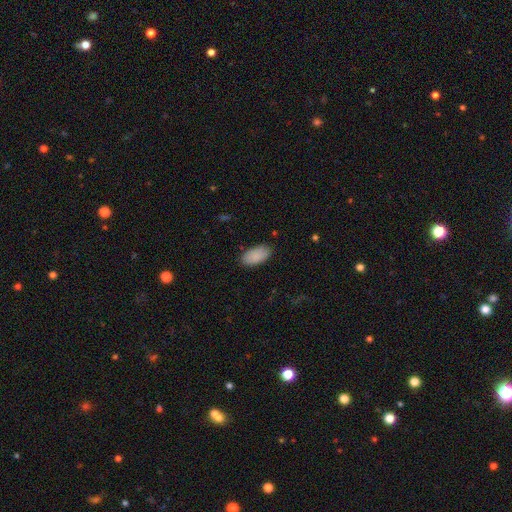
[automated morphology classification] A smooth galaxy with no disk features (88%) that is in between round and cigar-shaped (94%). Merging: none (85%).